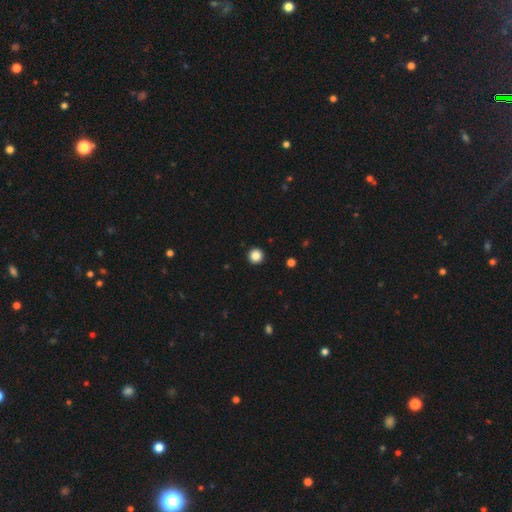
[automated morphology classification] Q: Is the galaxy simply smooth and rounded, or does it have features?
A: smooth — 86%.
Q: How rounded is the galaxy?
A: round — 96%.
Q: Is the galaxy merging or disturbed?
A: none — 94%.